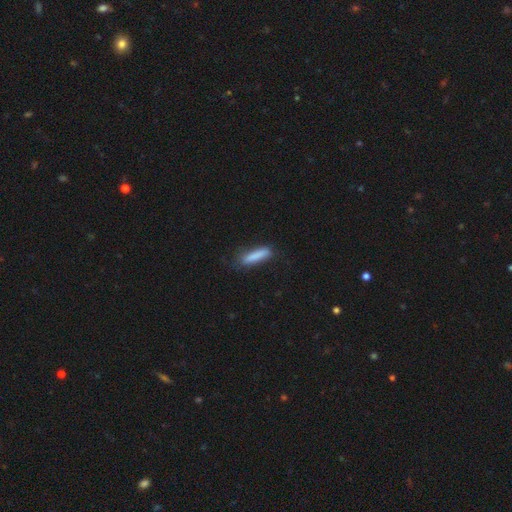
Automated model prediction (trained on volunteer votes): This is clearly a smooth galaxy (83%). How rounded: clearly cigar-shaped (81%). Merging: likely none (76%).